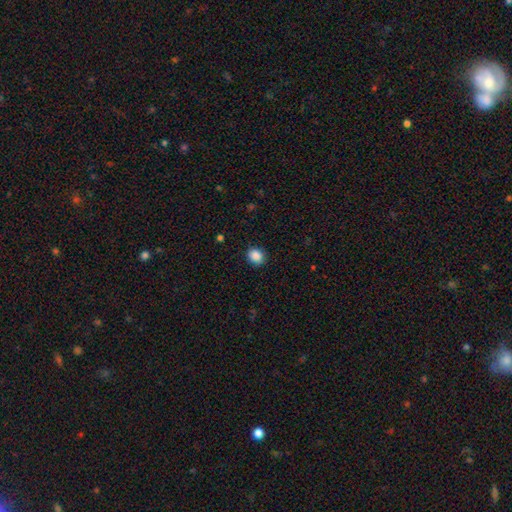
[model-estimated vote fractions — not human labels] This appears to be a smooth galaxy with no disk features (88%) that is round (68%). Merging: none (88%).